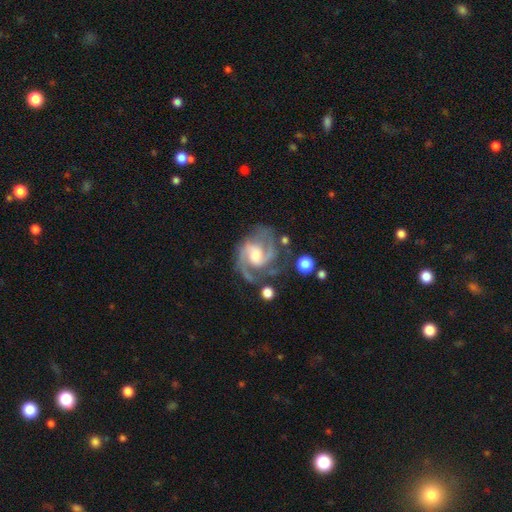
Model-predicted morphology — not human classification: Overall: featured or disk (90%). Edge-on disk: no (98%). Bar: weak (48%; no 38%). Spiral arms: yes (98%). Spiral arm count: 2 (49%; 3 32%). Spiral winding: medium (55%; tight 31%). Bulge size: moderate (61%; small 24%). Merging: none (64%).